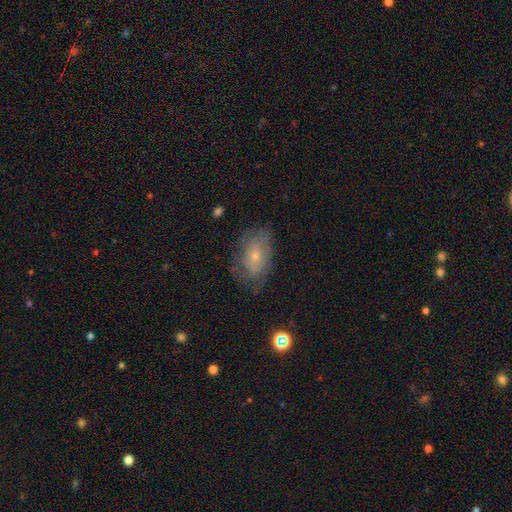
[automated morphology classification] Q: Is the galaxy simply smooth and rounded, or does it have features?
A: featured or disk — 49%.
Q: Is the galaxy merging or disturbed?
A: none — 61%.